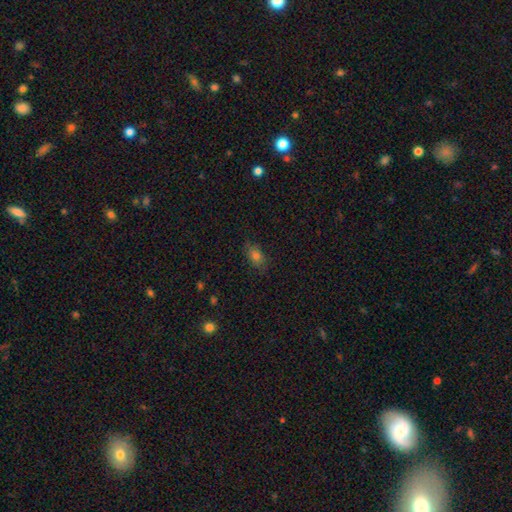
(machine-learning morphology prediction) smooth-or-featured: smooth: 73% | star or artifact: 16% | featured or disk: 11%
  how-rounded: in between: 78% | round: 18% | cigar-shaped: 4%
  merging: none: 80% | minor disturbance: 15% | major disturbance: 4% | merger: 1%